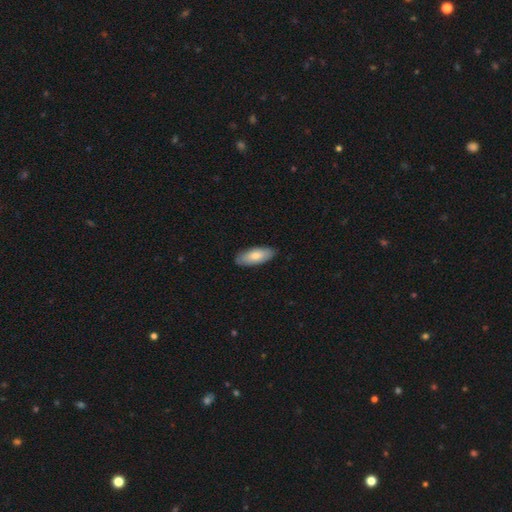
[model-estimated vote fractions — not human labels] This is likely a smooth galaxy (76%). How rounded: clearly in between (80%). Merging: clearly none (86%).